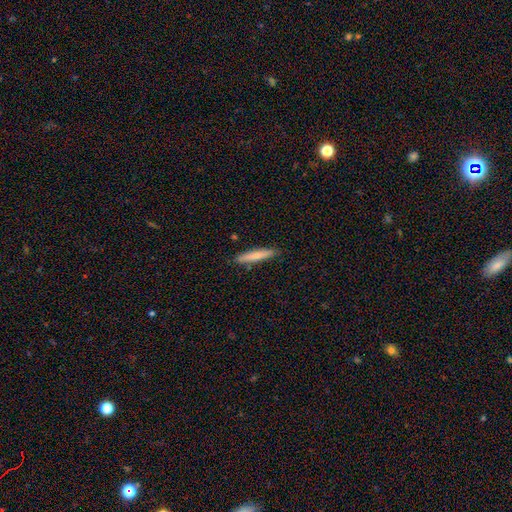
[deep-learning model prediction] smooth 75%, featured or disk 19%, star or artifact 6%. Down the decision tree: how rounded — cigar-shaped (93%); merging — none (89%).